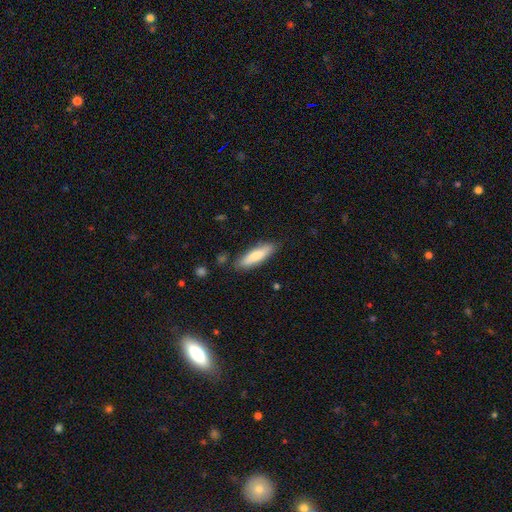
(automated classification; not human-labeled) Smooth or featured? Predicted: smooth (p=0.74). How rounded? Predicted: cigar-shaped (p=0.65). Merging? Predicted: none (p=0.84).